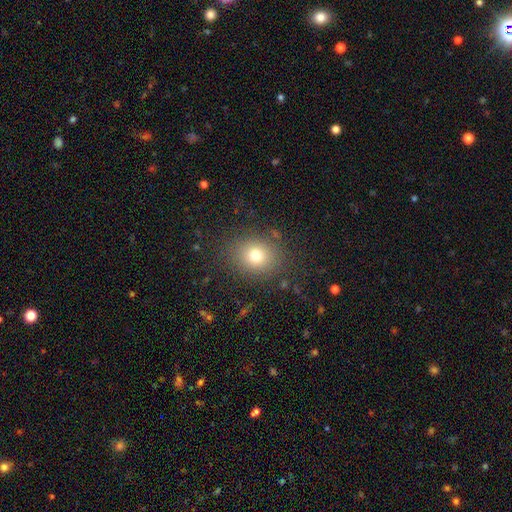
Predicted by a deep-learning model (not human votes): Overall: smooth (74%). How rounded: round (68%; in between 31%). Merging: none (83%).